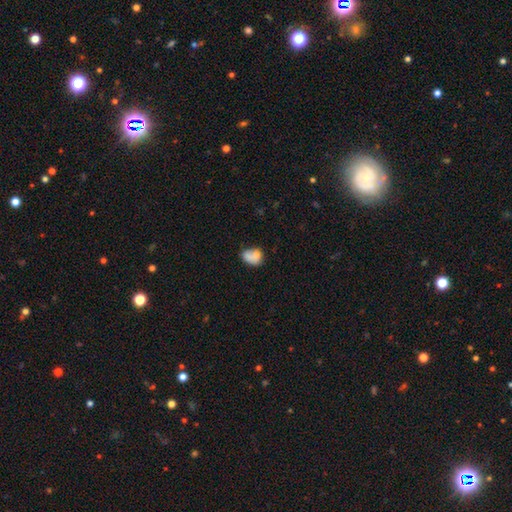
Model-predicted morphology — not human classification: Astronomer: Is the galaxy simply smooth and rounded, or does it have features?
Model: smooth — 74%.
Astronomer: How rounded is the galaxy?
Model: in between — 67%.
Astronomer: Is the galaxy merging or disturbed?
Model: merger — 37% (runner-up: none, 33%).